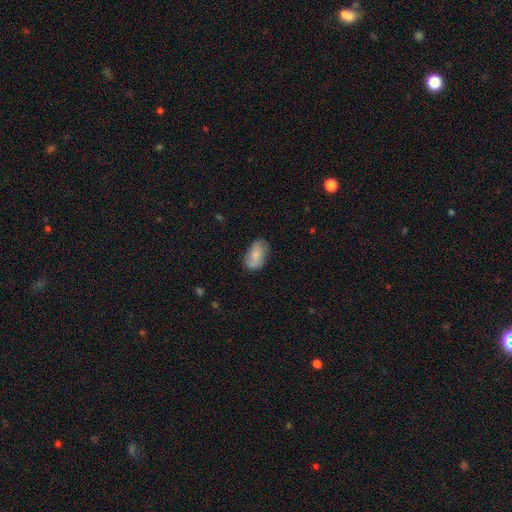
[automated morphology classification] Q: Smooth or featured?
A: smooth (74%); runner-up: featured or disk (19%)
Q: How rounded?
A: in between (92%); runner-up: round (6%)
Q: Merging?
A: none (68%); runner-up: minor disturbance (24%)